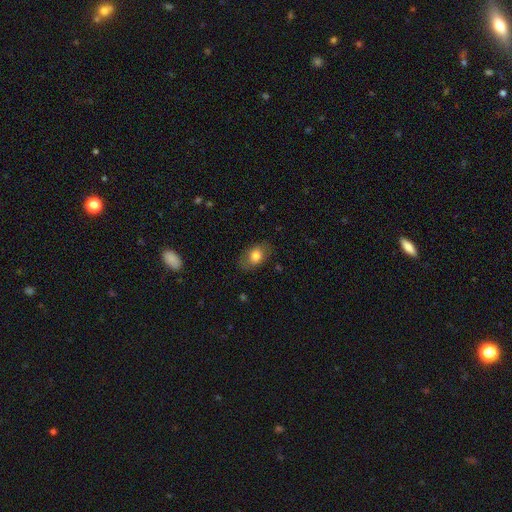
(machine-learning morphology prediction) smooth-or-featured: smooth: 75% | featured or disk: 18% | star or artifact: 7%
  how-rounded: in between: 84% | round: 15% | cigar-shaped: 2%
  merging: none: 79% | minor disturbance: 15% | major disturbance: 5% | merger: 1%